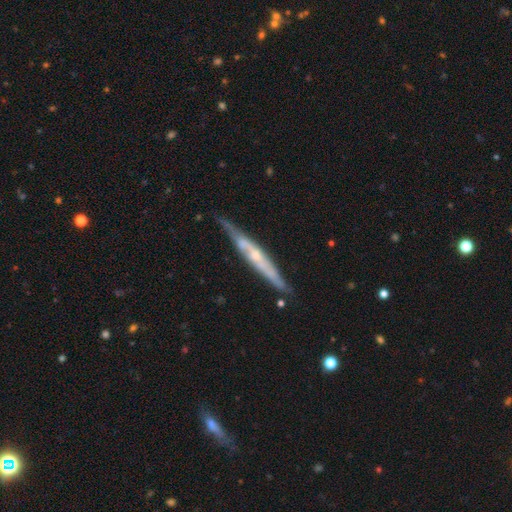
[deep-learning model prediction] Smooth or featured?
  - featured or disk: 68% *
  - smooth: 27%
  - star or artifact: 6%
Edge-on disk?
  - yes: 88% *
  - no: 12%
Edge-on bulge?
  - none: 47% *
  - rounded: 44%
  - boxy: 9%
Merging?
  - none: 71% *
  - minor disturbance: 22%
  - major disturbance: 4%
  - merger: 4%